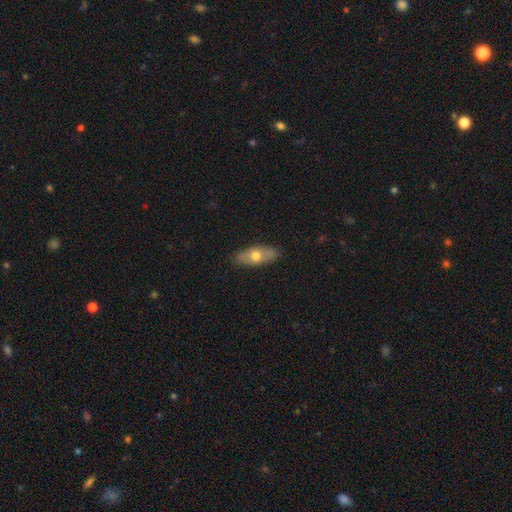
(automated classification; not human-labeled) smooth 58%, featured or disk 36%, star or artifact 6%. Down the decision tree: how rounded — in between (76%); merging — none (86%).